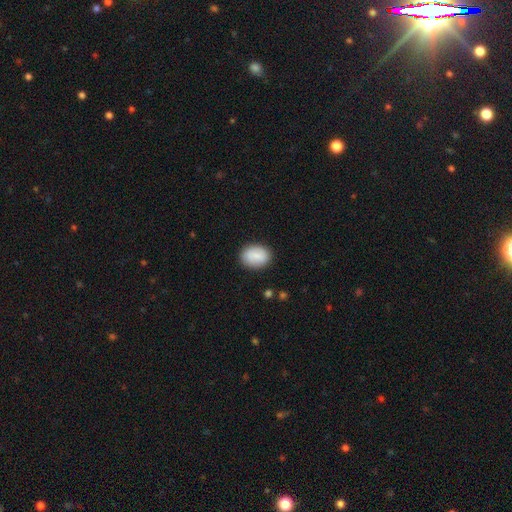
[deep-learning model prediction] Q: Smooth or featured?
A: smooth (84%); runner-up: featured or disk (9%)
Q: How rounded?
A: in between (71%); runner-up: round (28%)
Q: Merging?
A: none (86%); runner-up: minor disturbance (10%)